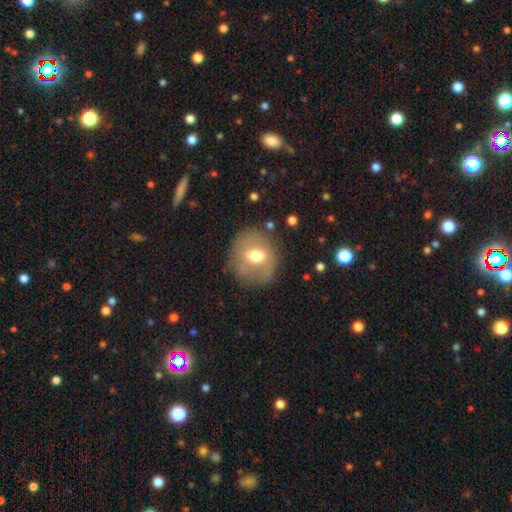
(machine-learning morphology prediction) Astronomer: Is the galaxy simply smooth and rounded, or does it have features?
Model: smooth — 52% (runner-up: featured or disk, 39%).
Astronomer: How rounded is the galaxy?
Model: round — 68%.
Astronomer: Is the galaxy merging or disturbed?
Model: none — 74%.